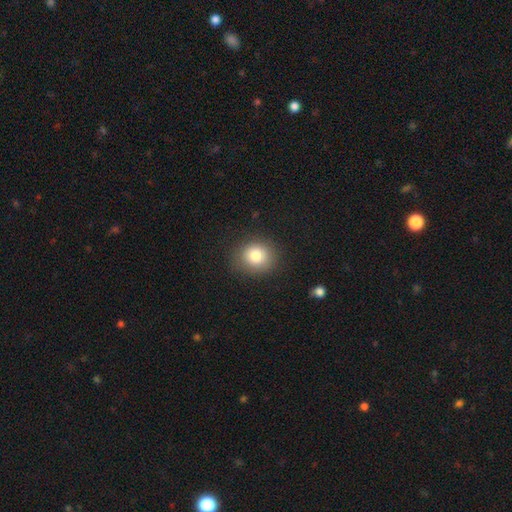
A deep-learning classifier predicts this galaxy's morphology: Overall: smooth (80%). How rounded: round (81%). Merging: none (86%).